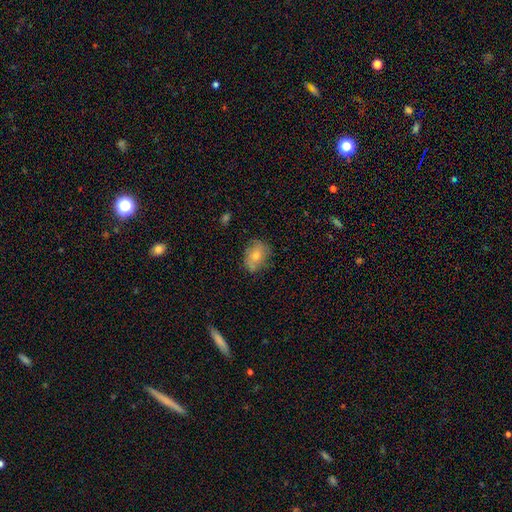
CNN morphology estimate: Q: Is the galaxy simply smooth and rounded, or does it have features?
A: smooth — 52%.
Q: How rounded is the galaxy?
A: in between — 69%.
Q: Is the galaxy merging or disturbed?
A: none — 73%.